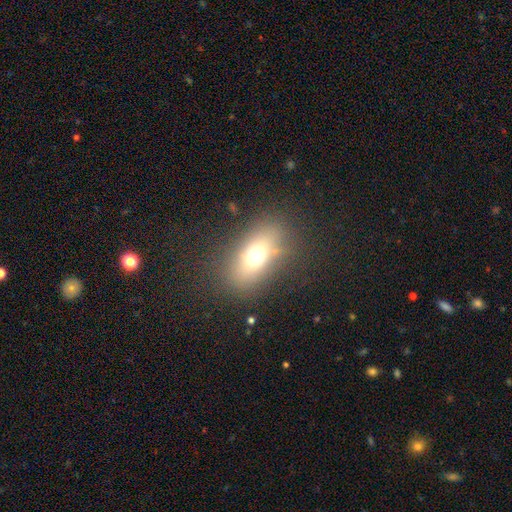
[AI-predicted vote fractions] smooth_or_featured: smooth (p=0.68) [alt: featured or disk p=0.19]
how_rounded: in between (p=0.79) [alt: round p=0.11]
merging: none (p=0.80) [alt: minor disturbance p=0.12]